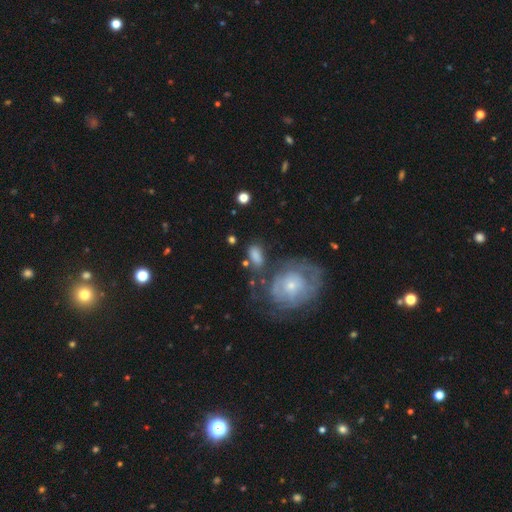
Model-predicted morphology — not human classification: Smooth or featured?
  - smooth: 68% *
  - featured or disk: 24%
  - star or artifact: 9%
How rounded?
  - in between: 82% *
  - round: 14%
  - cigar-shaped: 4%
Merging?
  - none: 54% *
  - minor disturbance: 20%
  - merger: 13%
  - major disturbance: 13%